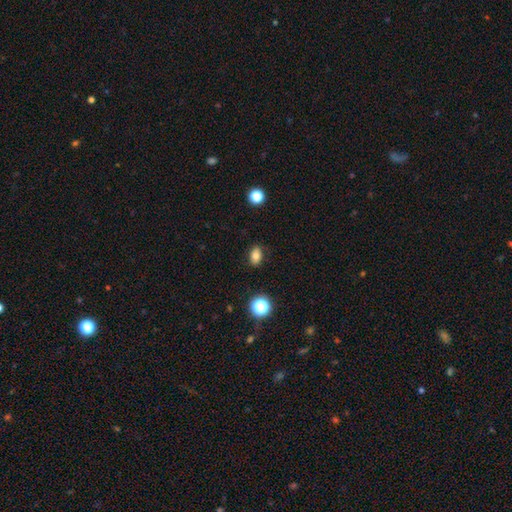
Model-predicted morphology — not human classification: A smooth galaxy with no disk features (78%) that is in between round and cigar-shaped (81%). Merging: none (86%).